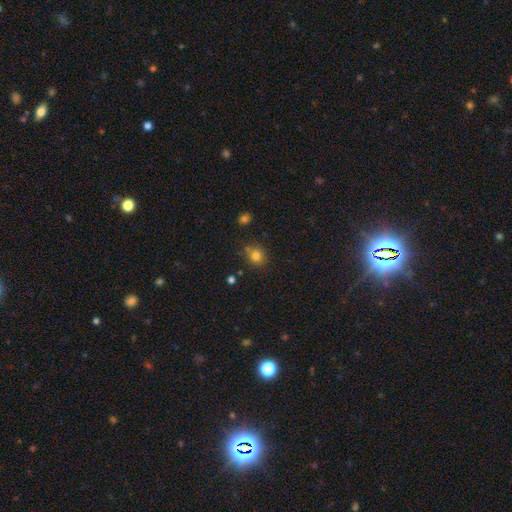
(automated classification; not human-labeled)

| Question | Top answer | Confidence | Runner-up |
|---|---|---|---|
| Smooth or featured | smooth | 80% | star or artifact (13%) |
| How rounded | round | 83% | in between (16%) |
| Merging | none | 76% | minor disturbance (14%) |